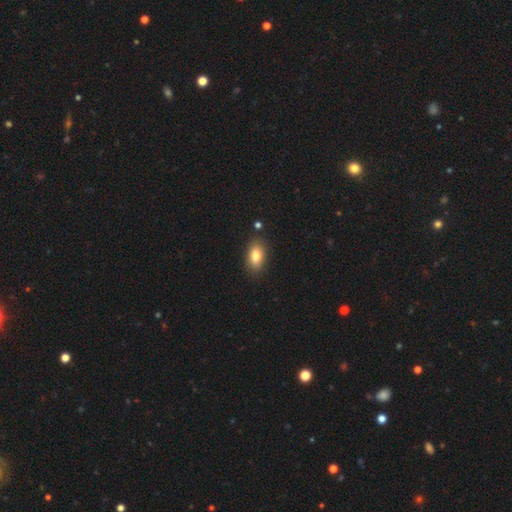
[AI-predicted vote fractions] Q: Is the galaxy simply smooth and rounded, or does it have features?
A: smooth — 82%.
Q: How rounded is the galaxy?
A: in between — 90%.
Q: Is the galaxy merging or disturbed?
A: none — 84%.